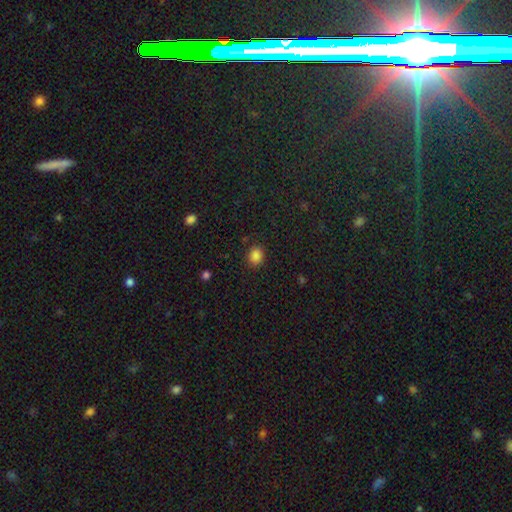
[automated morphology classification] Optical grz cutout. It shows a smooth galaxy with no disk features (85%) that is round (64%). Merging: none (86%).